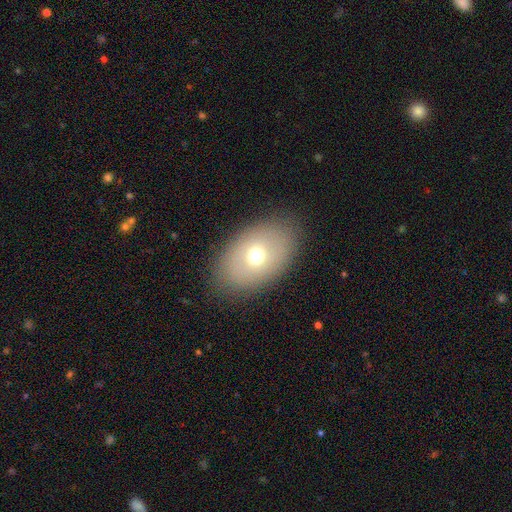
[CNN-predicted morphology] Smooth or featured? Predicted: smooth (p=0.63). How rounded? Predicted: in between (p=0.81). Merging? Predicted: none (p=0.85).